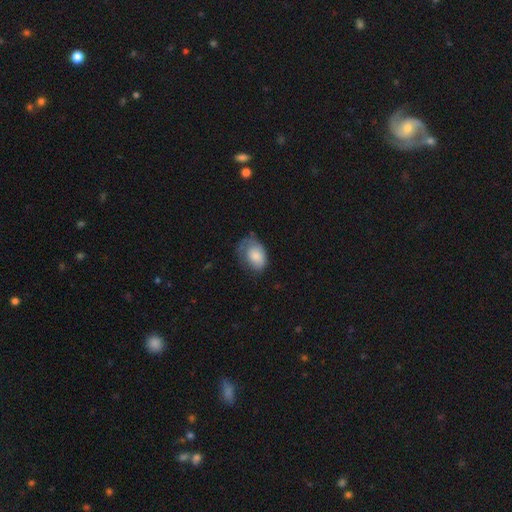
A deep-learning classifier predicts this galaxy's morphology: Overall: smooth (74%). How rounded: in between (79%). Merging: none (39%; minor disturbance 34%).